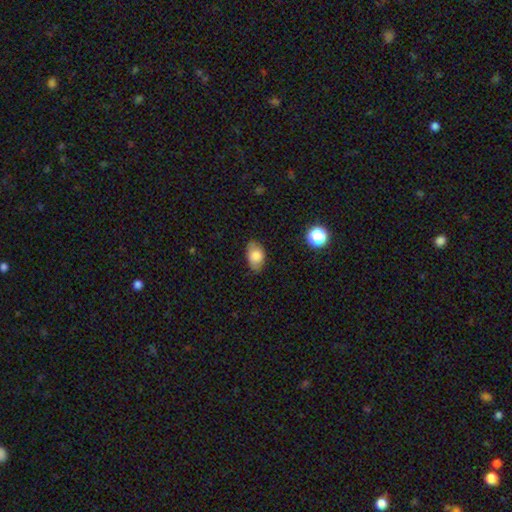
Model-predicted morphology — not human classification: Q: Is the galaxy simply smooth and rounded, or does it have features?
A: smooth — 77%.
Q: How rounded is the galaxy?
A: in between — 87%.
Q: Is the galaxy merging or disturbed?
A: none — 75%.